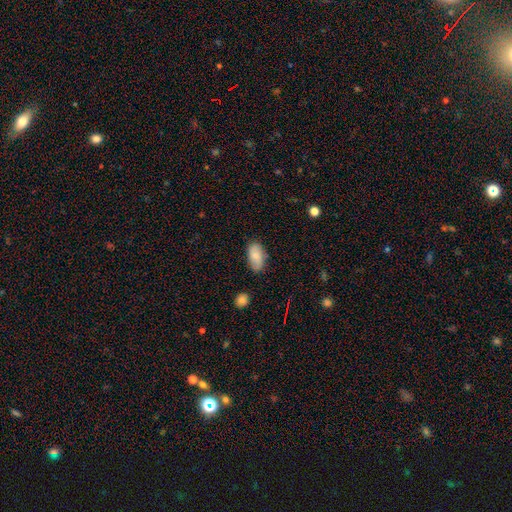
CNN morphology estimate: This appears to be a smooth galaxy with no disk features (80%) that is in between round and cigar-shaped (94%). Merging: none (75%).